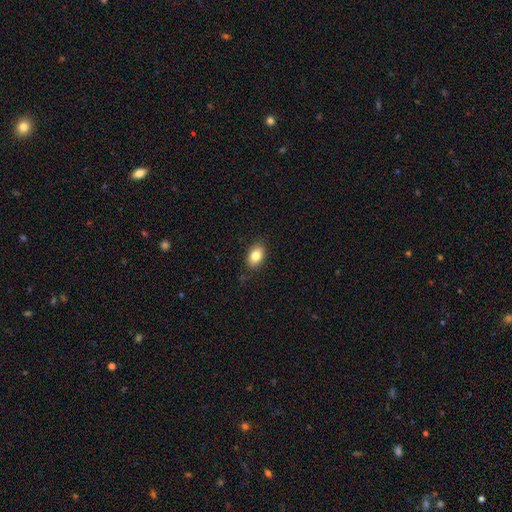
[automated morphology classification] Overall: smooth (82%). How rounded: in between (86%). Merging: none (86%).